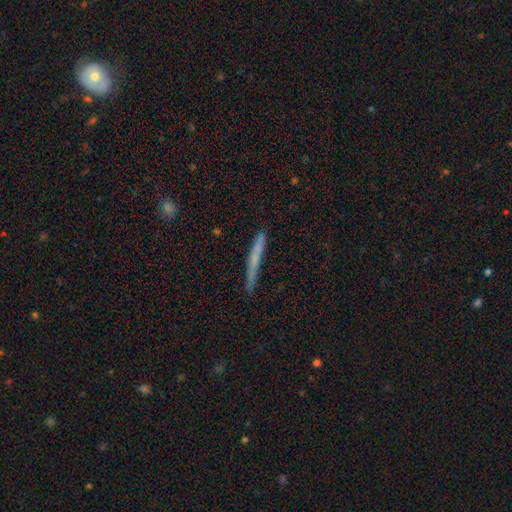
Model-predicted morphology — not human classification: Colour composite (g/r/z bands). It shows a smooth galaxy with no disk features (58%) that is cigar-shaped (96%). Merging: none (80%).